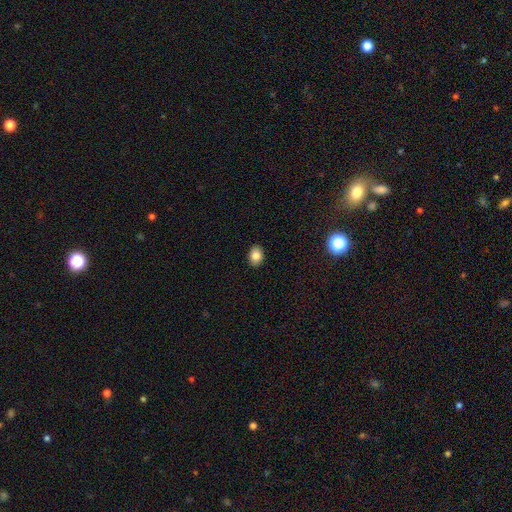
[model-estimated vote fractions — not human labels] Smooth or featured?
  - smooth: 84% *
  - star or artifact: 10%
  - featured or disk: 6%
How rounded?
  - in between: 70% *
  - round: 29%
  - cigar-shaped: 1%
Merging?
  - none: 89% *
  - minor disturbance: 8%
  - major disturbance: 2%
  - merger: 1%